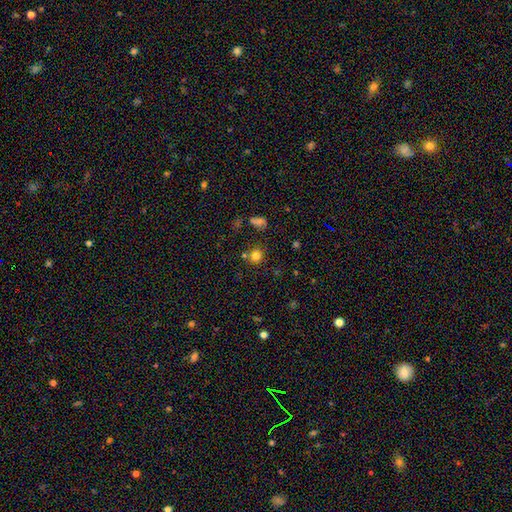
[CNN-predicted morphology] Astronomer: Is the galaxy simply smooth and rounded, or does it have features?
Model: smooth — 78%.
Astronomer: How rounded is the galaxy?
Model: round — 87%.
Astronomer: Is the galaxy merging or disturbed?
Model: none — 74%.